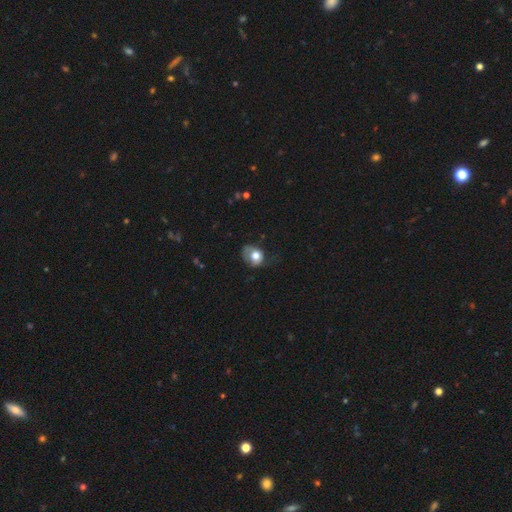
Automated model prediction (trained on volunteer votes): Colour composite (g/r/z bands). It shows a smooth galaxy with no disk features (69%) that is round (55%). Merging: none (38%).